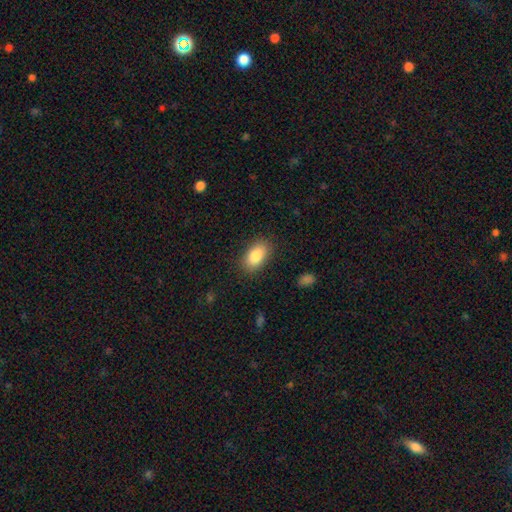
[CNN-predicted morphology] smooth 85%, featured or disk 7%, star or artifact 7%. Down the decision tree: how rounded — in between (92%); merging — none (85%).